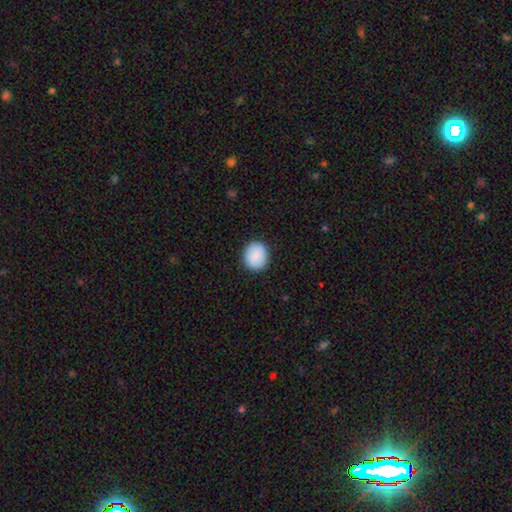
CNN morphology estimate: smooth_or_featured: smooth (p=0.88) [alt: star or artifact p=0.07]
how_rounded: round (p=0.82) [alt: in between p=0.17]
merging: none (p=0.90) [alt: minor disturbance p=0.07]